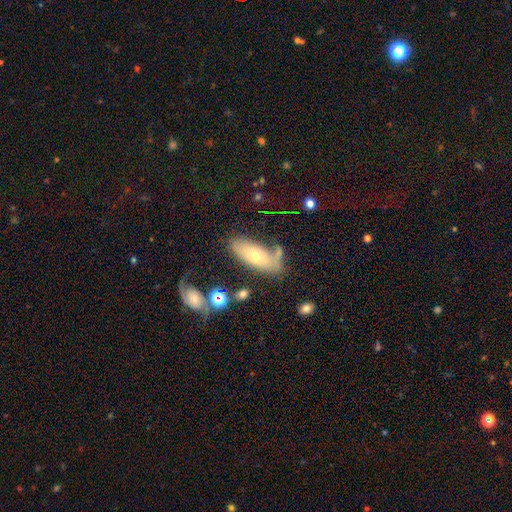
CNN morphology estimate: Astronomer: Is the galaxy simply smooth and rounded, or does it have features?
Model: smooth — 61%.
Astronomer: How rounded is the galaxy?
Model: in between — 80%.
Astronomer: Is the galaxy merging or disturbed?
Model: none — 60%.